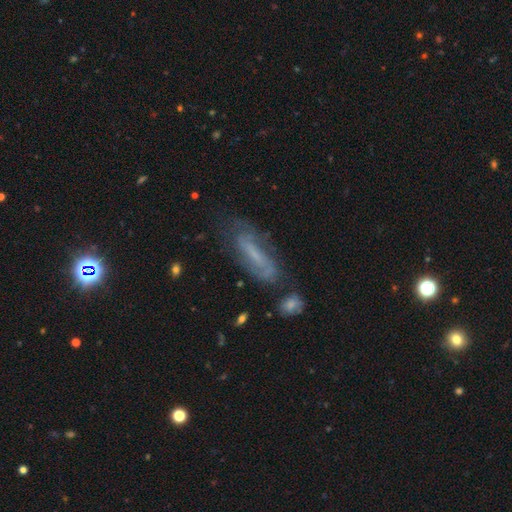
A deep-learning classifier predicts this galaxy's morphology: smooth-or-featured: featured or disk: 55% | smooth: 33% | star or artifact: 13%
  disk-edge-on: no: 71% | yes: 29%
  merging: none: 61% | minor disturbance: 22% | major disturbance: 11% | merger: 7%